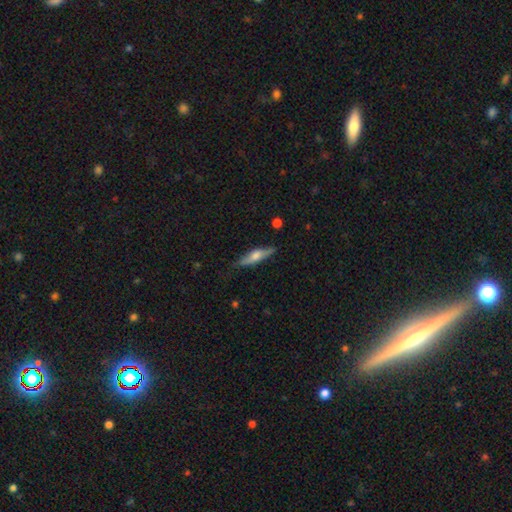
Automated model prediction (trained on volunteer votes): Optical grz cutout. It shows a featured or disk galaxy (55%) viewed edge-on (92%) with a rounded central bulge (86%). Merging: none (81%).